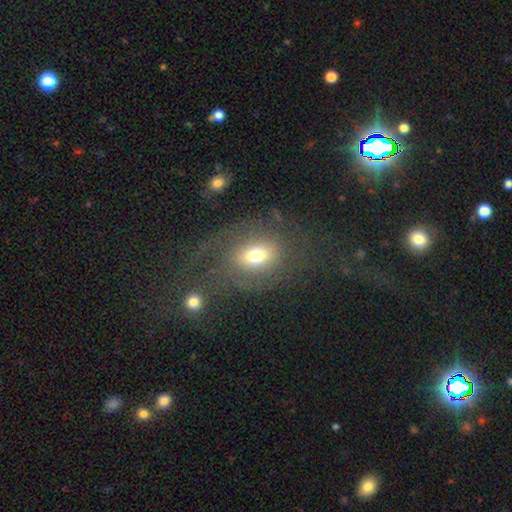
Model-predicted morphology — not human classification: smooth-or-featured: smooth: 52% | featured or disk: 35% | star or artifact: 14%
  how-rounded: in between: 56% | round: 42% | cigar-shaped: 2%
  merging: none: 55% | major disturbance: 23% | minor disturbance: 16% | merger: 5%